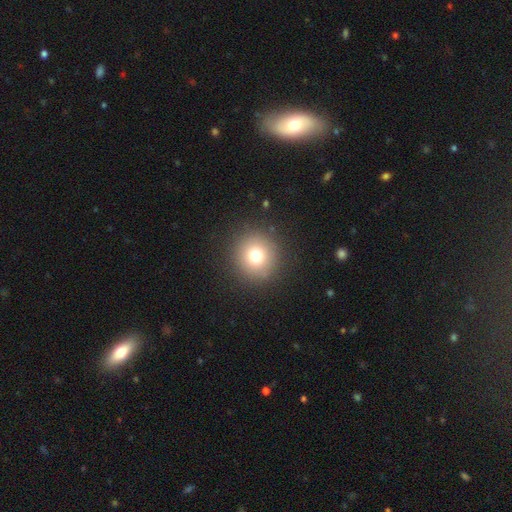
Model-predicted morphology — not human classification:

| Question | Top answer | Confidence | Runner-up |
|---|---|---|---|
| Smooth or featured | smooth | 75% | star or artifact (14%) |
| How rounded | round | 94% | in between (5%) |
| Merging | none | 90% | minor disturbance (6%) |